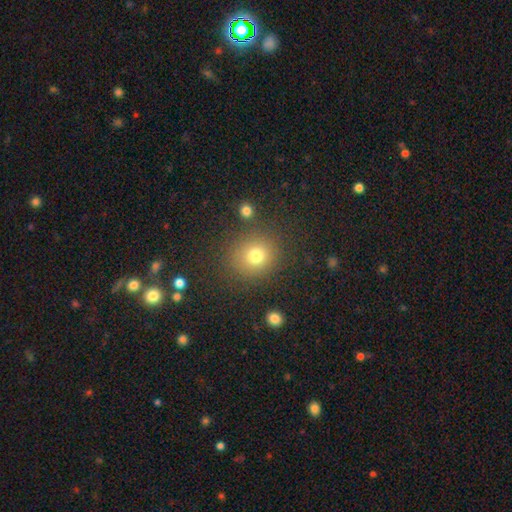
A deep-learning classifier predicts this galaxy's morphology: smooth-or-featured: smooth: 76% | star or artifact: 16% | featured or disk: 8%
  how-rounded: round: 84% | in between: 15% | cigar-shaped: 1%
  merging: none: 83% | minor disturbance: 9% | major disturbance: 4% | merger: 4%